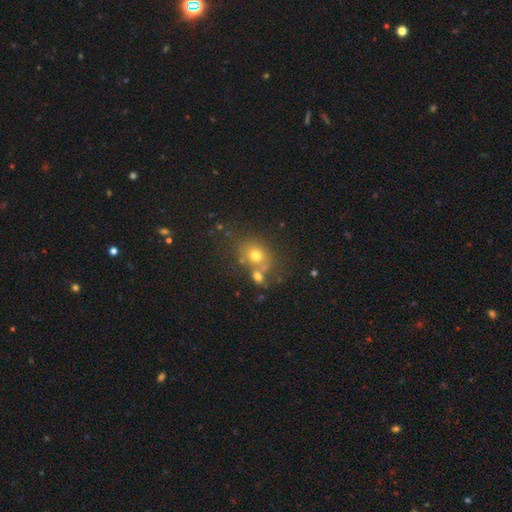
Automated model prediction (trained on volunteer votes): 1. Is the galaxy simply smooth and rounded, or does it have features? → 67% smooth, 17% featured or disk, 16% star or artifact.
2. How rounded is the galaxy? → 63% round, 36% in between, 1% cigar-shaped.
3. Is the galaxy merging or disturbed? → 53% none, 27% merger, 13% minor disturbance, 7% major disturbance.